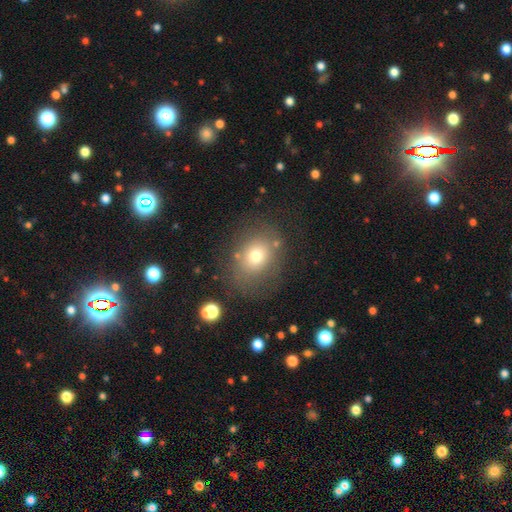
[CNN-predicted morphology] Smooth or featured? smooth (69%)
How rounded? round (52%)
Merging? none (72%)